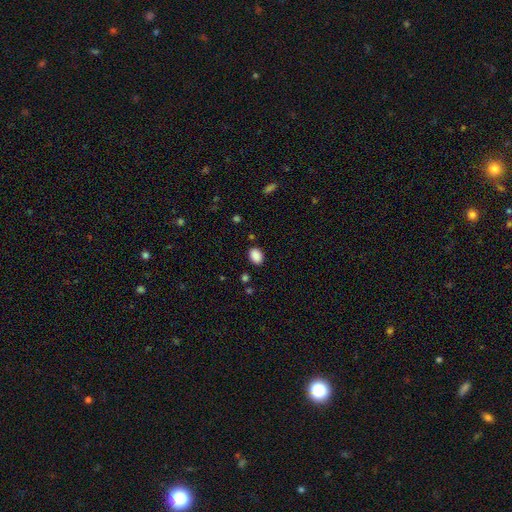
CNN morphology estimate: smooth-or-featured: smooth: 88% | star or artifact: 9% | featured or disk: 3%
  how-rounded: in between: 76% | round: 23% | cigar-shaped: 1%
  merging: none: 86% | minor disturbance: 9% | major disturbance: 3% | merger: 2%